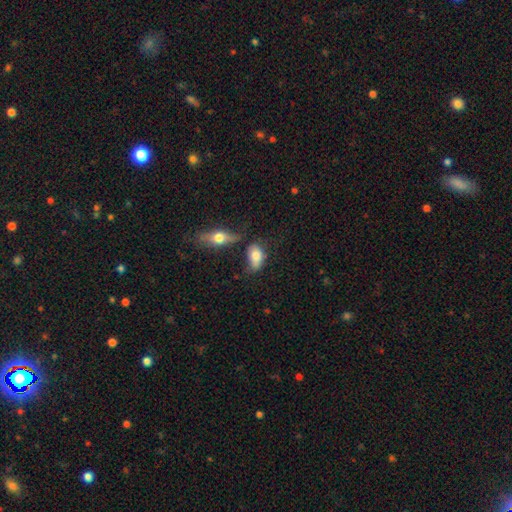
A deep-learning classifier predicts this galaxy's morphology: Smooth or featured?
  - smooth: 74% *
  - featured or disk: 19%
  - star or artifact: 8%
How rounded?
  - in between: 87% *
  - round: 10%
  - cigar-shaped: 4%
Merging?
  - none: 38% *
  - minor disturbance: 25%
  - merger: 22%
  - major disturbance: 15%